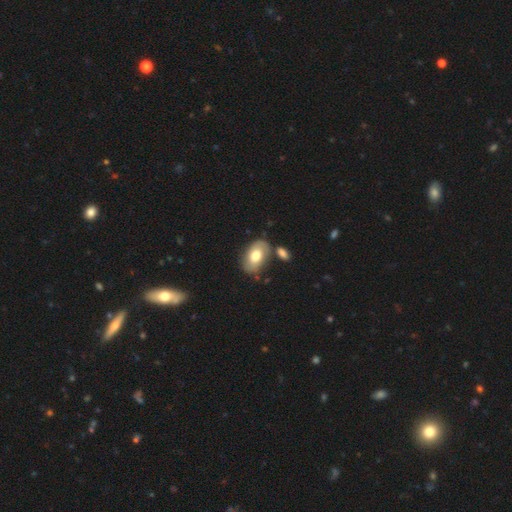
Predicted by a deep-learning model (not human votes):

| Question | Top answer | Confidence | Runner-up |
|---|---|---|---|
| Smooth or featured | smooth | 68% | featured or disk (25%) |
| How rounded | in between | 91% | round (8%) |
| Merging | none | 65% | minor disturbance (17%) |